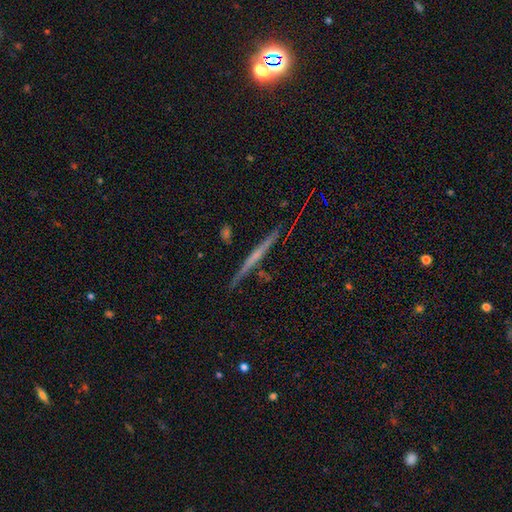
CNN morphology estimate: featured or disk 66%, smooth 27%, star or artifact 7%. Down the decision tree: edge-on disk — yes (97%); edge-on bulge — none (73%); merging — none (86%).